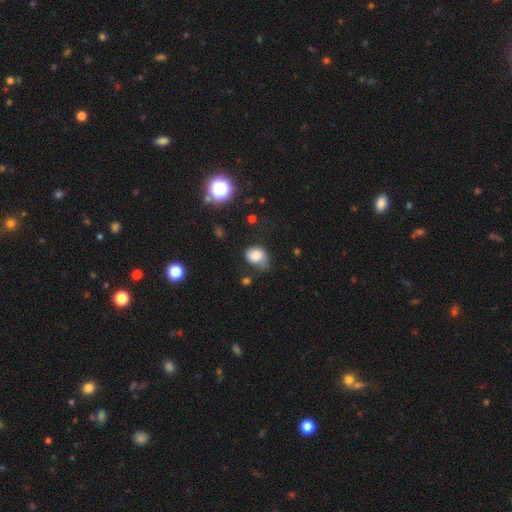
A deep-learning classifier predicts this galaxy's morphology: This appears to be a smooth galaxy with no disk features (74%) that is in between round and cigar-shaped (59%). Merging: none (40%).